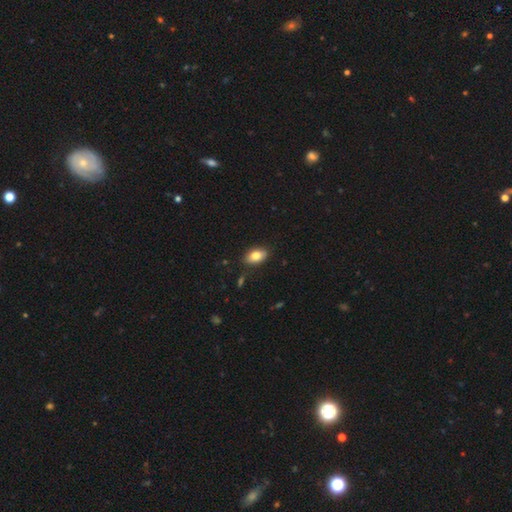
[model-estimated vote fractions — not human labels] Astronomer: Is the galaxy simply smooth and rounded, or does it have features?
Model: smooth — 80%.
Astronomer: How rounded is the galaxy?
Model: in between — 90%.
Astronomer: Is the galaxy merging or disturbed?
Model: none — 85%.